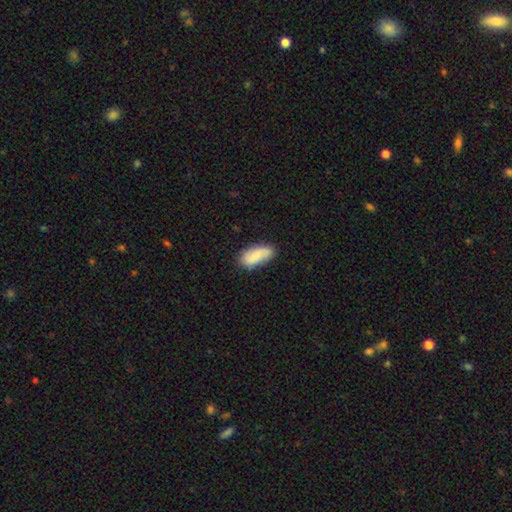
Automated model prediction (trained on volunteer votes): The model was most divided on "merging": none: 73%, minor disturbance: 20%, major disturbance: 4%, merger: 2%. More confident: how rounded — in between (88%); smooth or featured — smooth (75%).